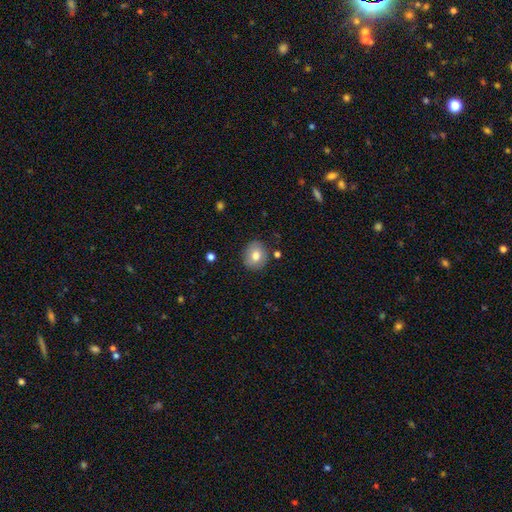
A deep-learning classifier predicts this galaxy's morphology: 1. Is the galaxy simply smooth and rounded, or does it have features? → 77% smooth, 14% featured or disk, 8% star or artifact.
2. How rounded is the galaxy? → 69% round, 30% in between, 1% cigar-shaped.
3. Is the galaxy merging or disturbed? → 84% none, 11% minor disturbance, 3% merger, 2% major disturbance.